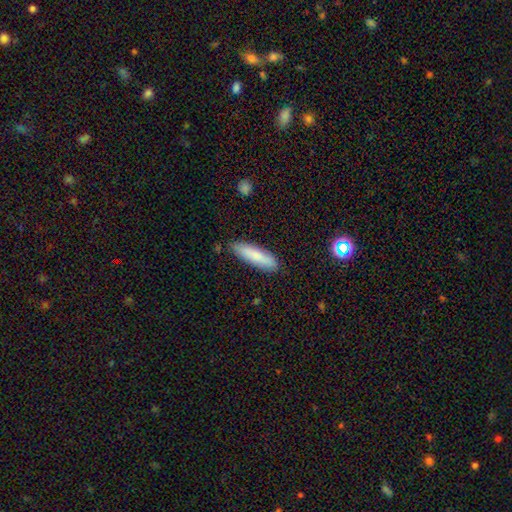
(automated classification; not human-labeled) Smooth or featured?
  - smooth: 82% *
  - featured or disk: 12%
  - star or artifact: 7%
How rounded?
  - cigar-shaped: 71% *
  - in between: 27%
  - round: 1%
Merging?
  - none: 84% *
  - minor disturbance: 12%
  - major disturbance: 2%
  - merger: 2%